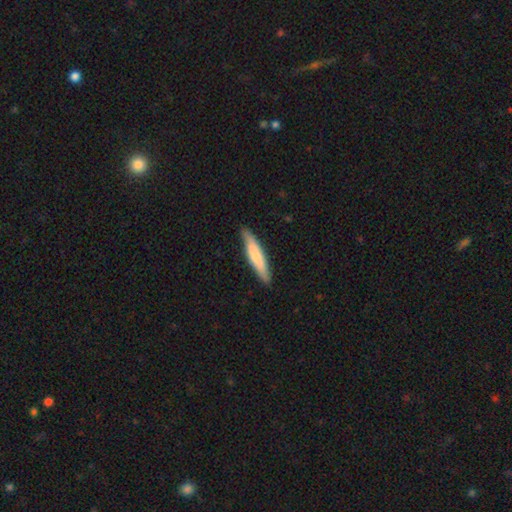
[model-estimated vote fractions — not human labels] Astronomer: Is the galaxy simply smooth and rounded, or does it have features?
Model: smooth — 66%.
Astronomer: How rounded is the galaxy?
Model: cigar-shaped — 88%.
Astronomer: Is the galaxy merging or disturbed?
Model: none — 87%.